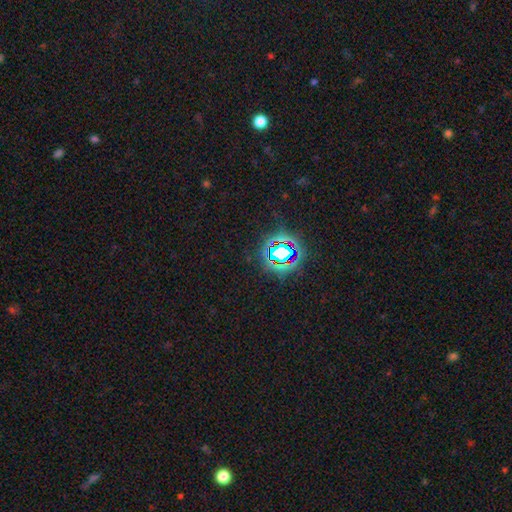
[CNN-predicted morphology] Overall: star or artifact (80%).